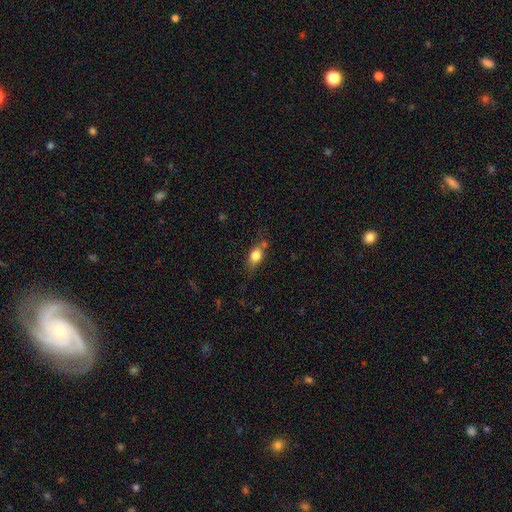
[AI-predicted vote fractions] Smooth or featured: smooth — 75% (featured or disk — 16%)
How rounded: in between — 72% (round — 19%)
Merging: none — 62% (minor disturbance — 22%)